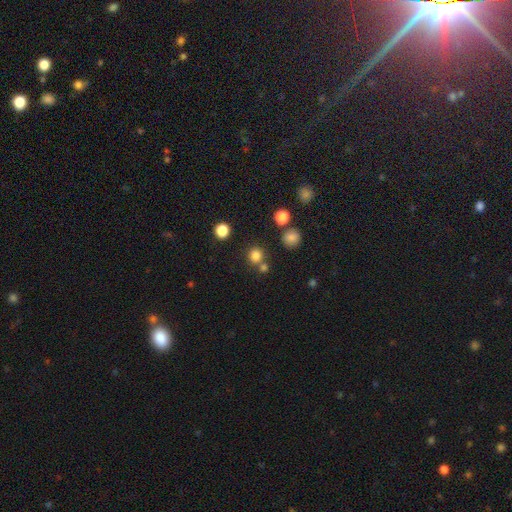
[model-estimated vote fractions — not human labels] Overall: smooth (79%). How rounded: round (89%). Merging: none (72%).